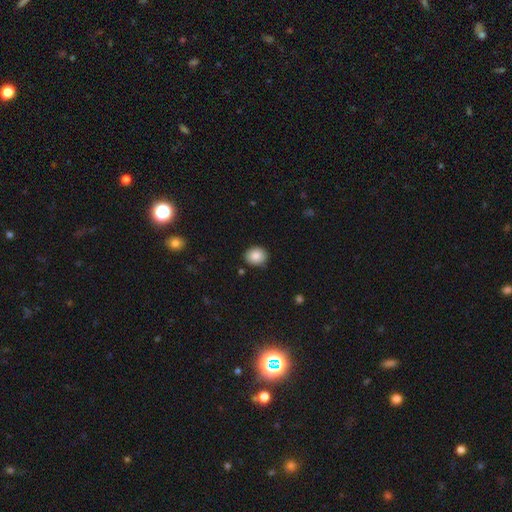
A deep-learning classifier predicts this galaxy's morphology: The model was most divided on "how rounded": round: 67%, in between: 32%, cigar-shaped: 1%. More confident: merging — none (86%); smooth or featured — smooth (85%).